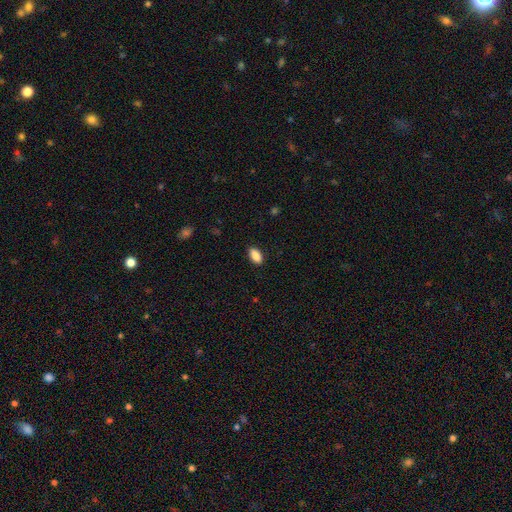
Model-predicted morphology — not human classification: Overall: smooth (88%). How rounded: in between (90%). Merging: none (88%).